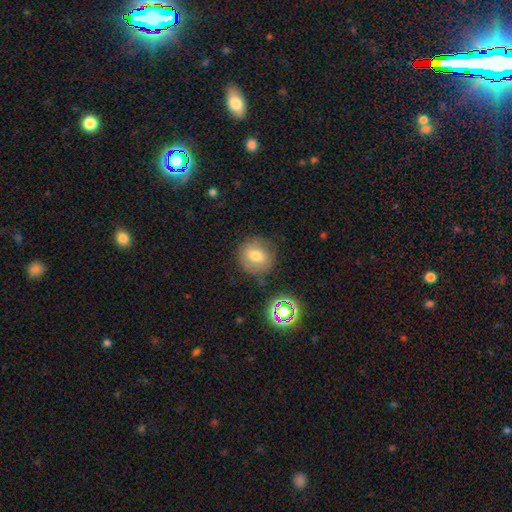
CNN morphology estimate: Smooth or featured: smooth — 70% (featured or disk — 16%)
How rounded: round — 84% (in between — 15%)
Merging: none — 81% (minor disturbance — 12%)